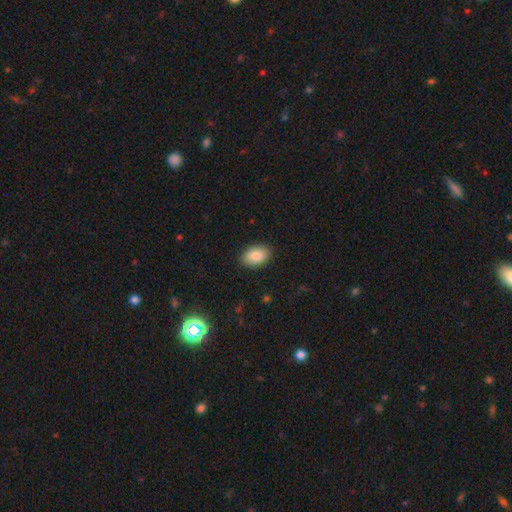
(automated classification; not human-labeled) smooth-or-featured: smooth: 85% | featured or disk: 8% | star or artifact: 7%
  how-rounded: in between: 88% | round: 11% | cigar-shaped: 1%
  merging: none: 88% | minor disturbance: 9% | major disturbance: 2% | merger: 1%